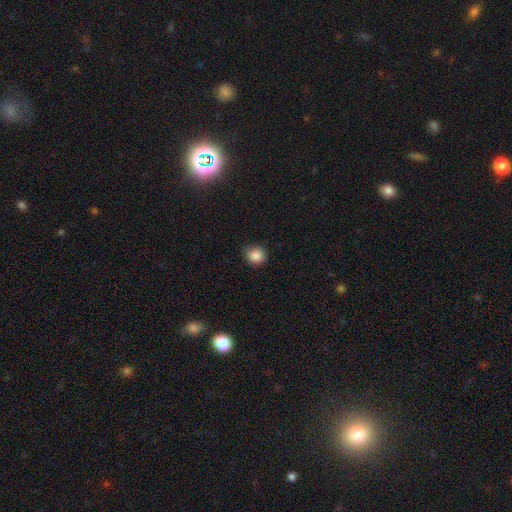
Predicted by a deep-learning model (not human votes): smooth_or_featured: smooth (p=0.86) [alt: star or artifact p=0.10]
how_rounded: round (p=0.88) [alt: in between p=0.11]
merging: none (p=0.81) [alt: minor disturbance p=0.15]